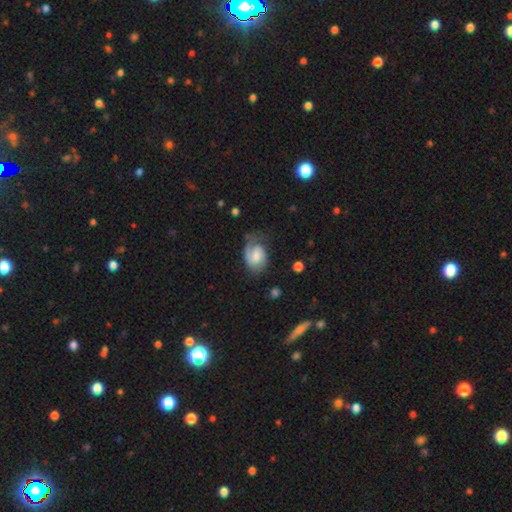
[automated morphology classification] The model was most divided on "spiral winding": tight: 42%, medium: 38%, loose: 19%. Remaining: edge-on disk — no (97%); spiral arms — yes (92%); smooth or featured — featured or disk (67%); spiral arm count — 1 (53%); bar — no (53%); merging — none (51%); bulge size — moderate (41%).